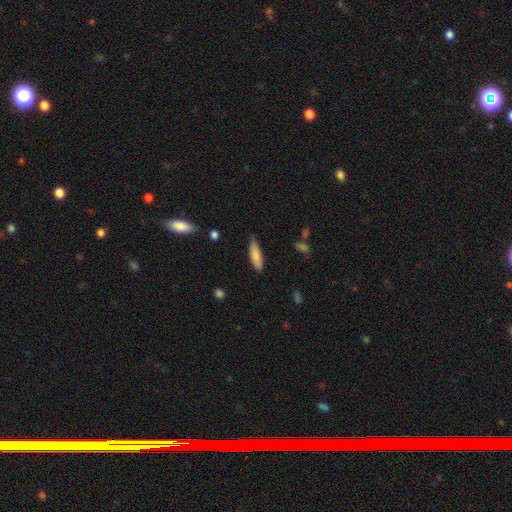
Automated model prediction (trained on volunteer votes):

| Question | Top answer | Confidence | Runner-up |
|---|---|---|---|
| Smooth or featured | smooth | 83% | featured or disk (11%) |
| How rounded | cigar-shaped | 63% | in between (35%) |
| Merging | none | 84% | minor disturbance (13%) |